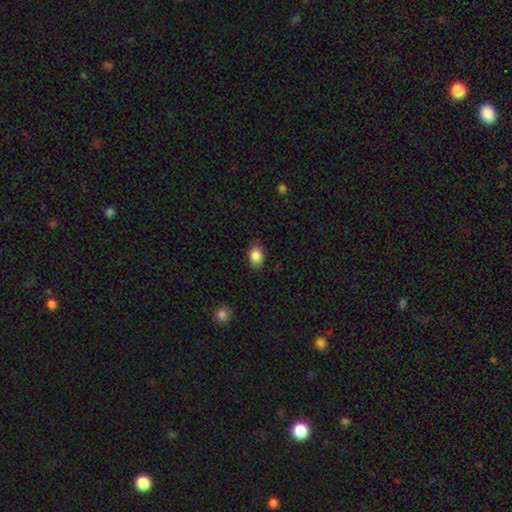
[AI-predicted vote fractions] smooth_or_featured: smooth (p=0.86) [alt: star or artifact p=0.09]
how_rounded: in between (p=0.71) [alt: round p=0.28]
merging: none (p=0.81) [alt: minor disturbance p=0.15]